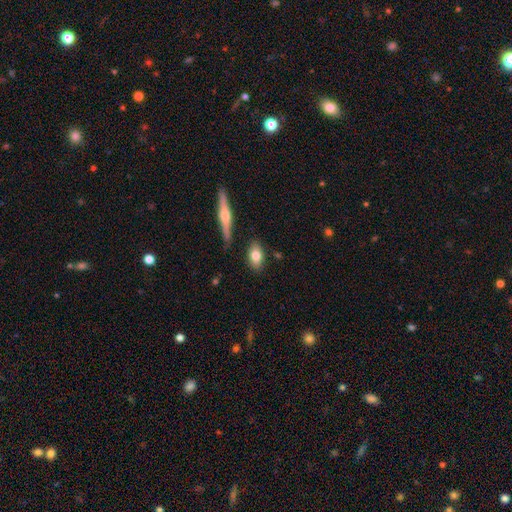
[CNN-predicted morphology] Q: Smooth or featured?
A: smooth (77%); runner-up: featured or disk (16%)
Q: How rounded?
A: in between (87%); runner-up: round (7%)
Q: Merging?
A: none (83%); runner-up: minor disturbance (11%)